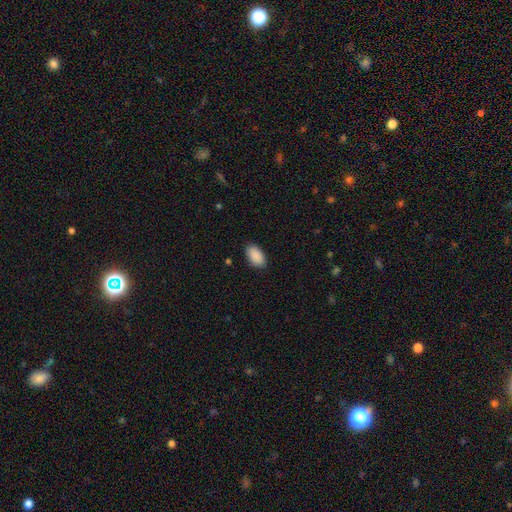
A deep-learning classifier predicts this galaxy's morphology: smooth 91%, star or artifact 6%, featured or disk 3%. Down the decision tree: how rounded — in between (95%); merging — none (88%).